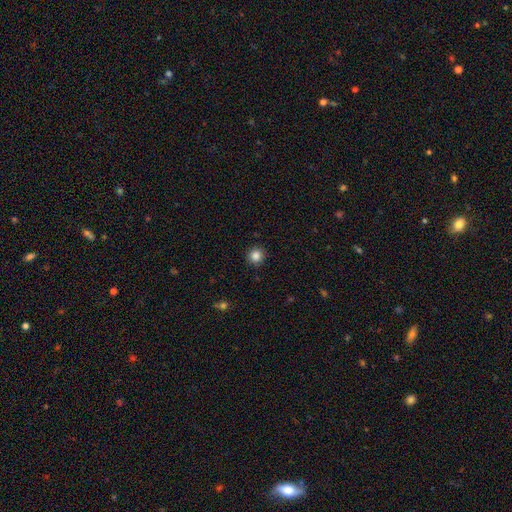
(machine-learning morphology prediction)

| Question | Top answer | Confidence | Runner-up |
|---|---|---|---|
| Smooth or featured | smooth | 85% | star or artifact (11%) |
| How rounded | round | 95% | in between (4%) |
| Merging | none | 92% | minor disturbance (5%) |